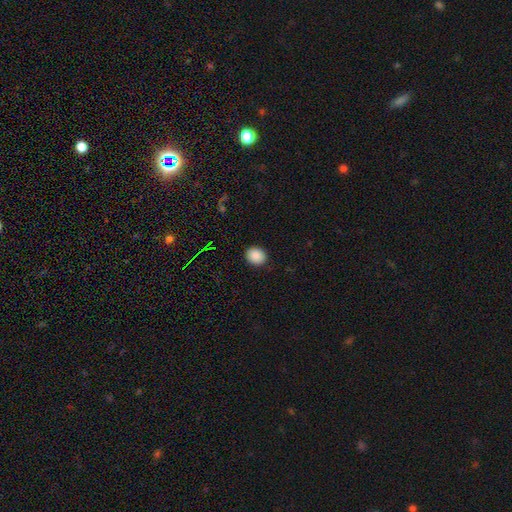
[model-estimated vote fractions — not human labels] Overall: smooth (88%). How rounded: round (63%; in between 36%). Merging: none (89%).